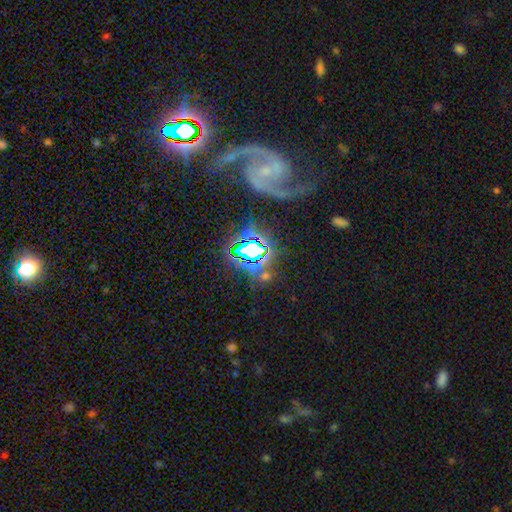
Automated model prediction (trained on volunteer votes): Morphology: type=star or artifact (64%).